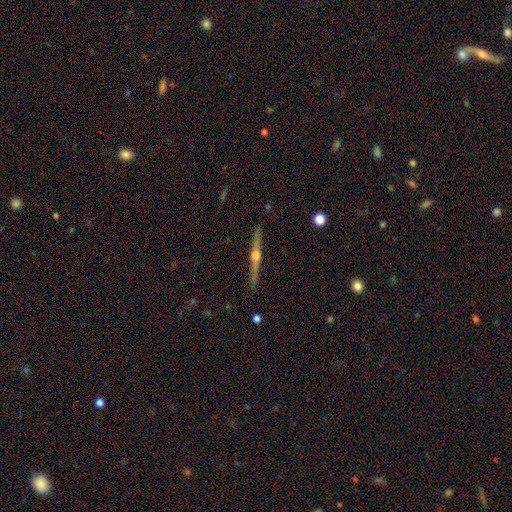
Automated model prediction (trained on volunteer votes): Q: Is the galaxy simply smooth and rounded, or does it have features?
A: featured or disk — 85%.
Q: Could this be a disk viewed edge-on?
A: yes — 99%.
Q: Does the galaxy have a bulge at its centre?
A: rounded — 92%.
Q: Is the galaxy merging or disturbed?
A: none — 92%.